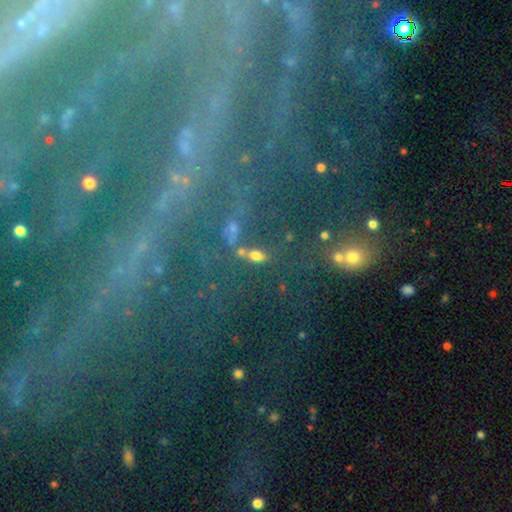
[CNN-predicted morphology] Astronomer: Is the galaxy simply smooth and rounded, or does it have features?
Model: smooth — 59%.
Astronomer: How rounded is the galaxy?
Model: in between — 74%.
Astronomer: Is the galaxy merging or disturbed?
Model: none — 57%.